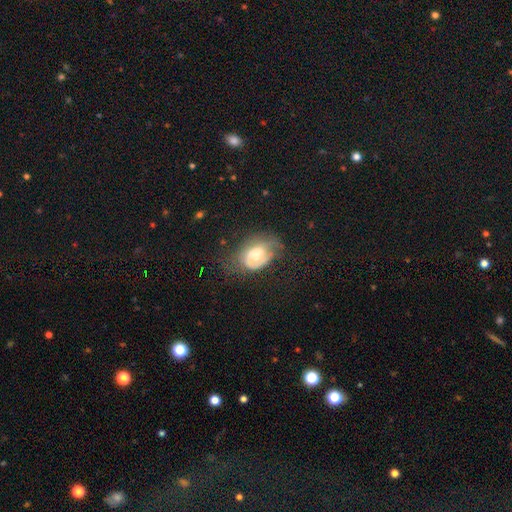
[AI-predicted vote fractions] Morphology: type=featured or disk (58%); edge-on=no (96%); bar=no (69%); spiral arms=yes (69%); bulge=moderate (56%); merging=none (42%).